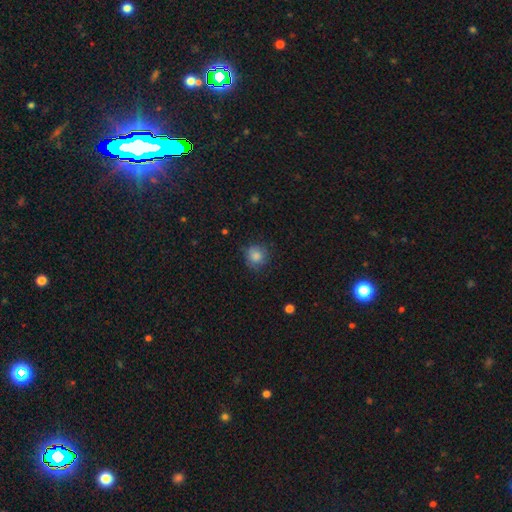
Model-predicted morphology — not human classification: This appears to be a smooth galaxy with no disk features (84%) that is round (89%). Merging: none (77%).